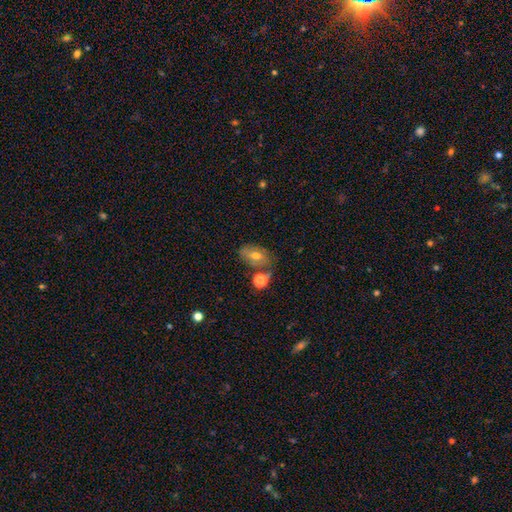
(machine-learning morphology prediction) This appears to be a smooth galaxy with no disk features (61%) that is in between round and cigar-shaped (83%). Merging: none (53%).